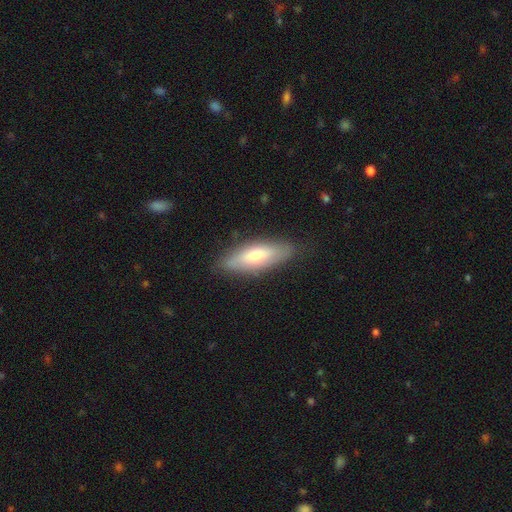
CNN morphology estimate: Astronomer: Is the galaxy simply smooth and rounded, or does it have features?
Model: smooth — 62%.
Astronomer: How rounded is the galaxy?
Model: in between — 64%.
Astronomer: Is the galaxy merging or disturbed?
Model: none — 82%.